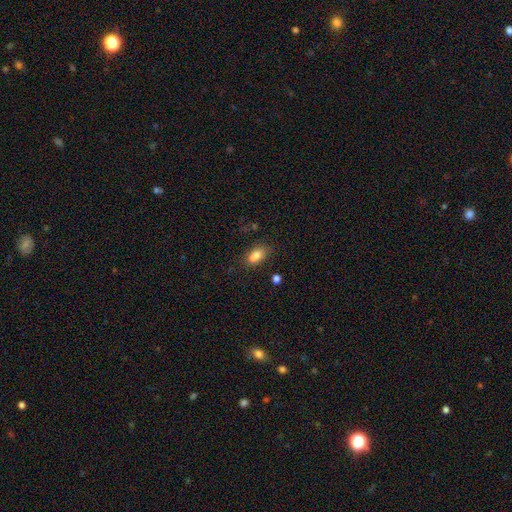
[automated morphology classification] Overall: smooth (81%). How rounded: in between (85%). Merging: none (59%).